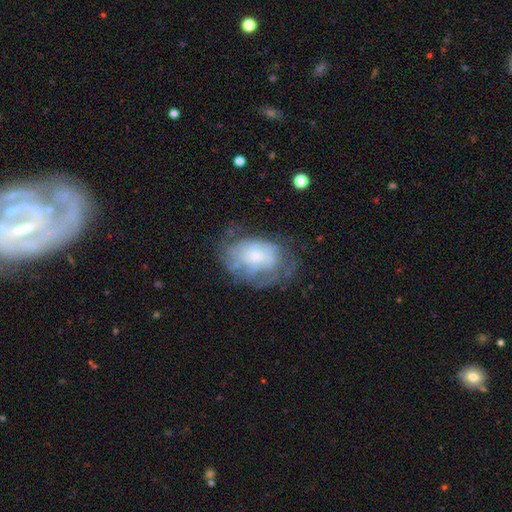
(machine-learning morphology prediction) smooth-or-featured: featured or disk: 52% | smooth: 39% | star or artifact: 10%
  disk-edge-on: no: 96% | yes: 4%
  merging: none: 53% | minor disturbance: 26% | major disturbance: 19% | merger: 2%